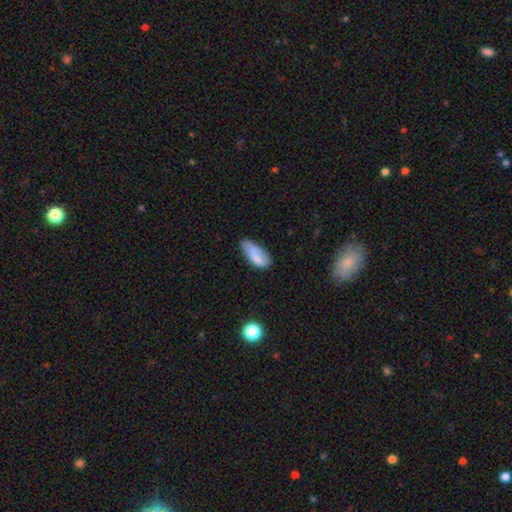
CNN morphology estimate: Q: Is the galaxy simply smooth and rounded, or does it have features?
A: smooth — 79%.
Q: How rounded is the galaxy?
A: in between — 83%.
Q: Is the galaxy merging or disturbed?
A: none — 51%.